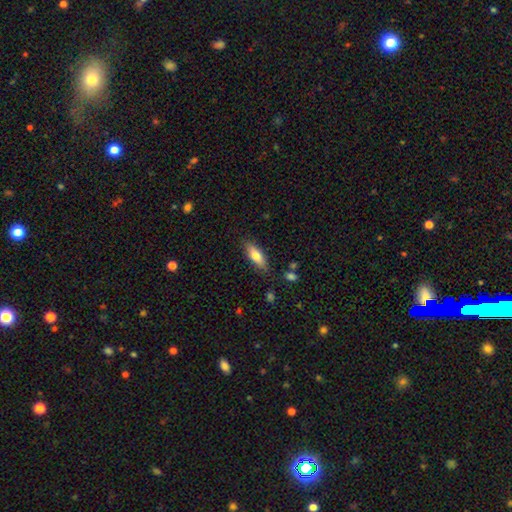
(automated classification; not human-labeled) The model was most divided on "how rounded": in between: 59%, cigar-shaped: 38%, round: 2%. More confident: merging — none (83%); smooth or featured — smooth (69%).